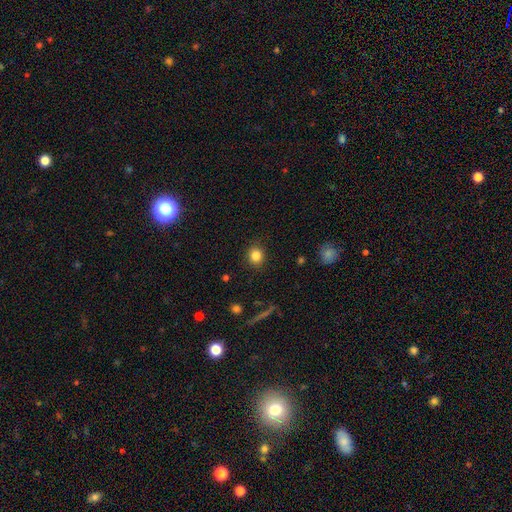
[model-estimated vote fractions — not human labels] Smooth or featured? smooth (83%)
How rounded? round (83%)
Merging? none (88%)